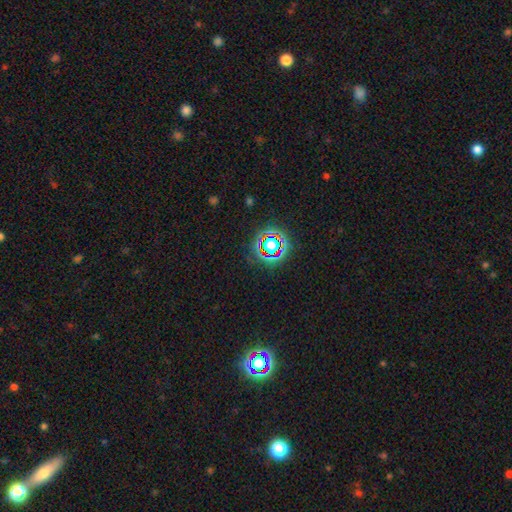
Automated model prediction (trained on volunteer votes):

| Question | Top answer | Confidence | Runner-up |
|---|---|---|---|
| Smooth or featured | star or artifact | 76% | smooth (15%) |